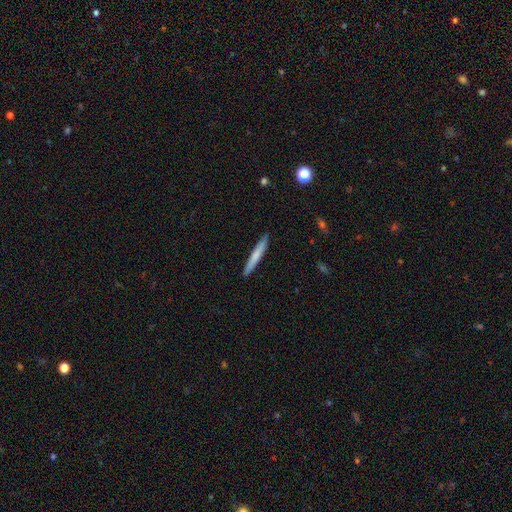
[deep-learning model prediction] A smooth galaxy with no disk features (71%) that is cigar-shaped (96%). Merging: none (91%).